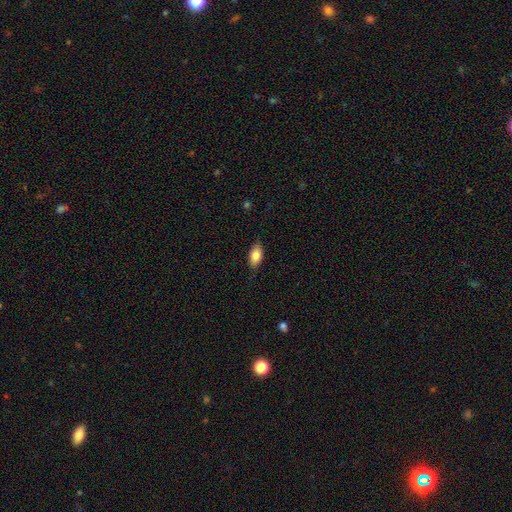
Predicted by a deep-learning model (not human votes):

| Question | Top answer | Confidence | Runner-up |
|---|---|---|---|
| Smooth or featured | smooth | 82% | featured or disk (11%) |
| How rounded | in between | 90% | cigar-shaped (5%) |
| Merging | none | 83% | minor disturbance (14%) |